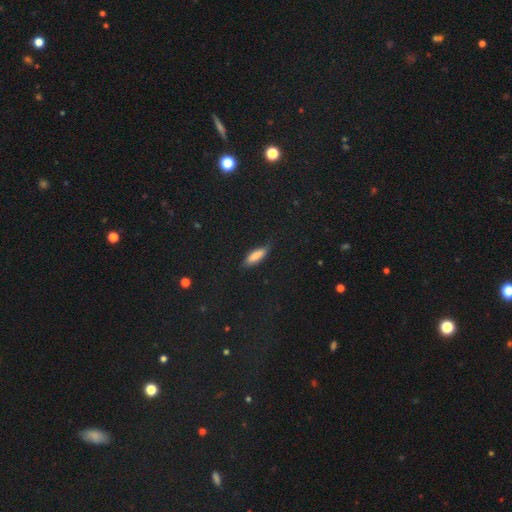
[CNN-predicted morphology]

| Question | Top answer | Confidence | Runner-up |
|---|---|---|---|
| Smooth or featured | smooth | 77% | featured or disk (14%) |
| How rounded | in between | 49% | cigar-shaped (48%) |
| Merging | none | 74% | minor disturbance (20%) |